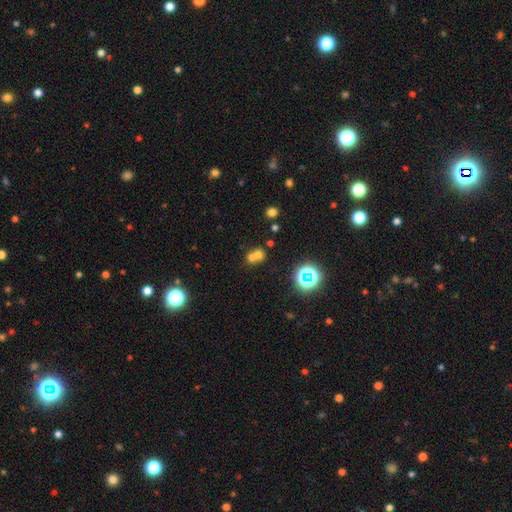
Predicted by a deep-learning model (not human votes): A smooth galaxy with no disk features (61%) that is round (78%).

Vote fractions:
- Smooth or featured? smooth: 61% / star or artifact: 24% / featured or disk: 16%
- How rounded? round: 78% / in between: 20% / cigar-shaped: 1%
- Merging? merger: 60% / none: 32% / minor disturbance: 5% / major disturbance: 3%